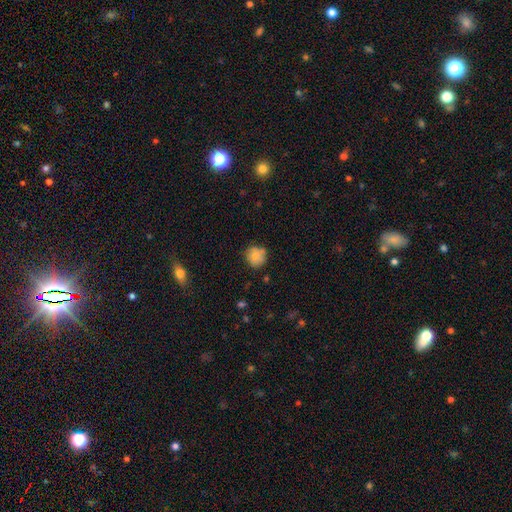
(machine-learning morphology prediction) Smooth or featured: smooth — 77% (featured or disk — 14%)
How rounded: round — 86% (in between — 13%)
Merging: none — 70% (minor disturbance — 20%)